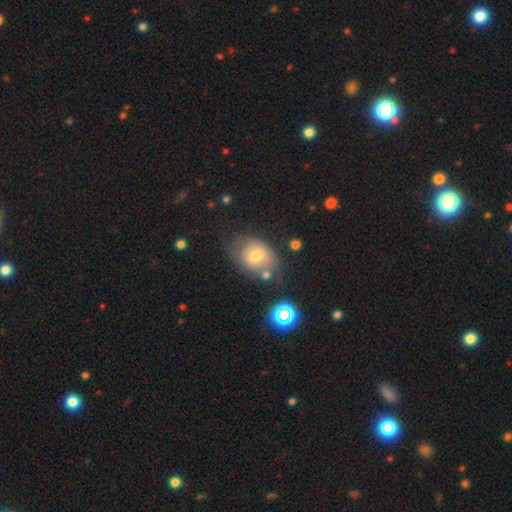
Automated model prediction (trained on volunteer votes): Q: Smooth or featured?
A: smooth (56%); runner-up: featured or disk (33%)
Q: How rounded?
A: in between (62%); runner-up: round (37%)
Q: Merging?
A: none (49%); runner-up: minor disturbance (26%)